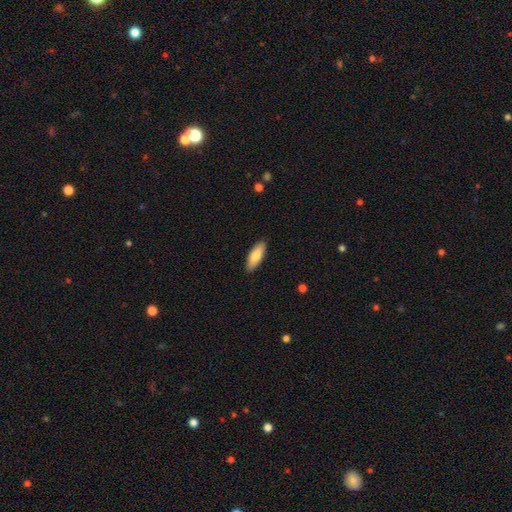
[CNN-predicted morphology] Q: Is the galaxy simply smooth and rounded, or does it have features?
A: smooth — 82%.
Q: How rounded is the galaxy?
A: in between — 67%.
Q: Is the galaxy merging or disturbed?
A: none — 89%.